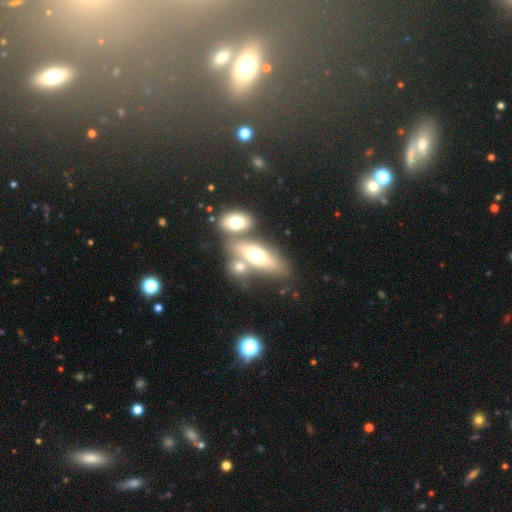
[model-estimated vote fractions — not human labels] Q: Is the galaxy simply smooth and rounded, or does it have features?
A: smooth — 55%.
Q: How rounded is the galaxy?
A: in between — 63%.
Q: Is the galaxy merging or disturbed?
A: none — 45%.